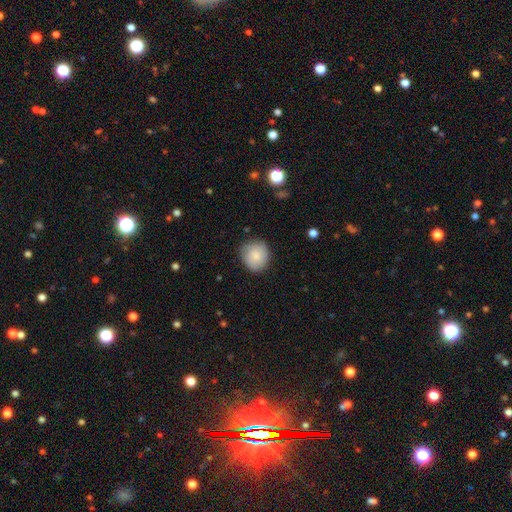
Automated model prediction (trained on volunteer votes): Smooth or featured: smooth — 83% (featured or disk — 10%)
How rounded: round — 84% (in between — 15%)
Merging: none — 79% (minor disturbance — 16%)